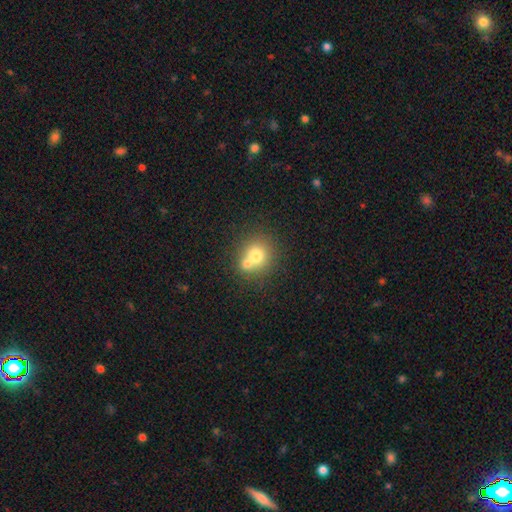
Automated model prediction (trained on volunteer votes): A smooth galaxy with no disk features (71%) that is round (82%).

Vote fractions:
- Smooth or featured? smooth: 71% / featured or disk: 18% / star or artifact: 12%
- How rounded? round: 82% / in between: 17% / cigar-shaped: 1%
- Merging? merger: 48% / none: 41% / minor disturbance: 8% / major disturbance: 3%